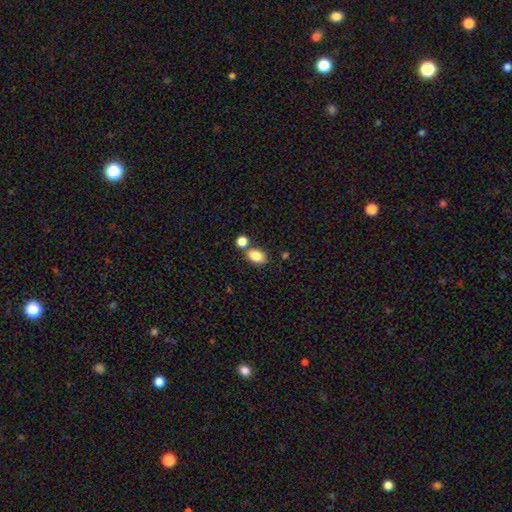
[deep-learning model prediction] A smooth galaxy with no disk features (85%) that is in between round and cigar-shaped (79%). Merging: none (65%).